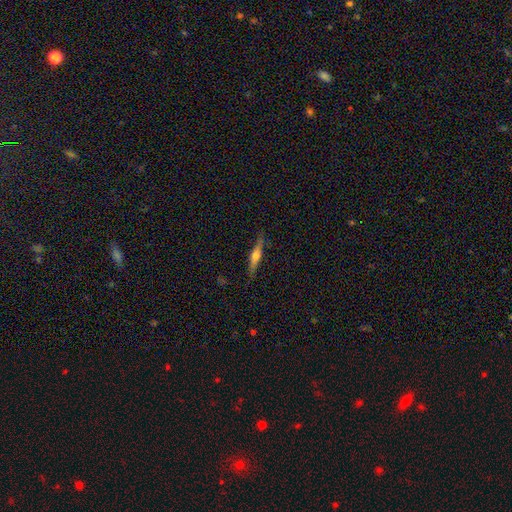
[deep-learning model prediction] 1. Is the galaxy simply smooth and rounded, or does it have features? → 57% featured or disk, 36% smooth, 7% star or artifact.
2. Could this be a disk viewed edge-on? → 96% yes, 4% no.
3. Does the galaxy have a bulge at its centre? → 88% rounded, 6% boxy, 6% none.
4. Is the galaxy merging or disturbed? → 85% none, 11% minor disturbance, 2% major disturbance, 1% merger.